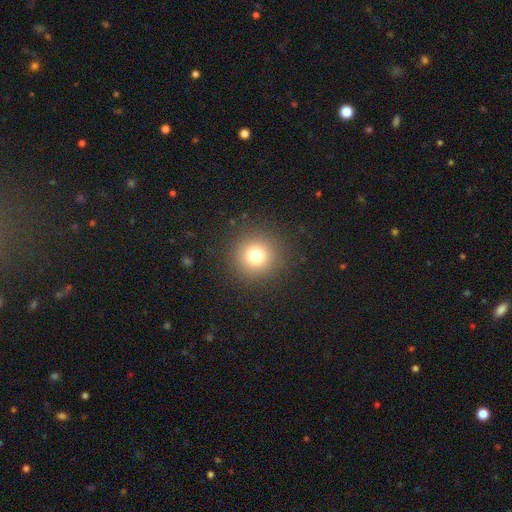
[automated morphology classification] A smooth galaxy with no disk features (76%) that is round (95%). Merging: none (90%).